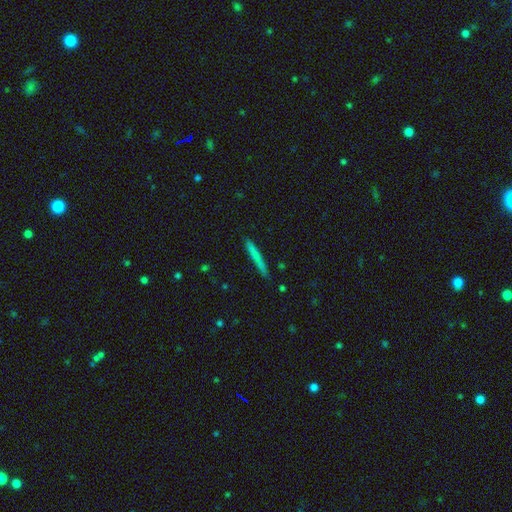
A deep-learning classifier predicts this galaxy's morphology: A smooth galaxy with no disk features (70%) that is cigar-shaped (96%).

Vote fractions:
- Smooth or featured? smooth: 70% / featured or disk: 23% / star or artifact: 7%
- How rounded? cigar-shaped: 96% / in between: 2% / round: 1%
- Merging? none: 87% / minor disturbance: 10% / major disturbance: 2% / merger: 2%